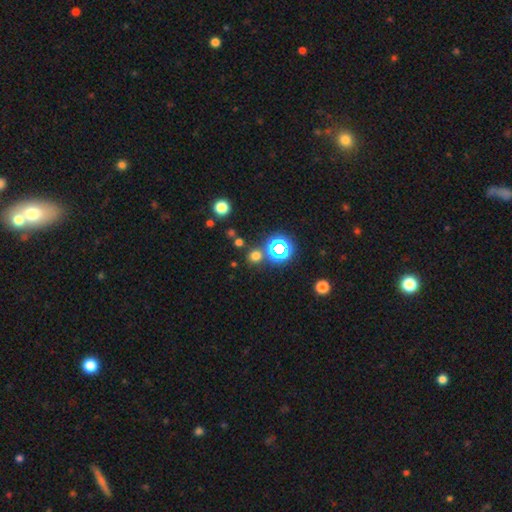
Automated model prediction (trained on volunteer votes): The model was most divided on "smooth or featured": smooth: 60%, star or artifact: 34%, featured or disk: 7%. More confident: how rounded — round (88%); merging — none (80%).